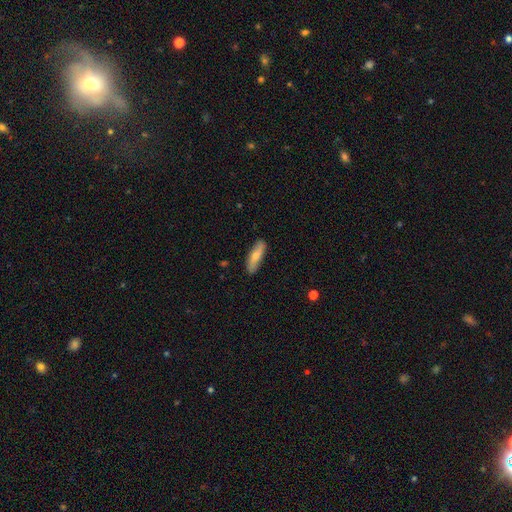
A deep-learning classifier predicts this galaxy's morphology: smooth-or-featured: smooth: 64% | featured or disk: 30% | star or artifact: 6%
  how-rounded: cigar-shaped: 55% | in between: 43% | round: 2%
  merging: none: 83% | minor disturbance: 13% | major disturbance: 2% | merger: 1%